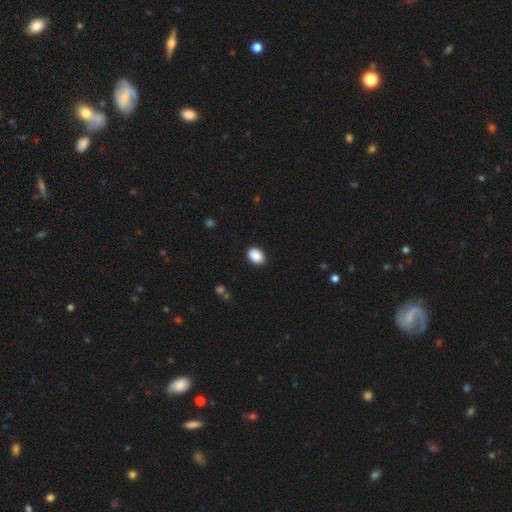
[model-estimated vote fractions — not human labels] A smooth galaxy with no disk features (90%) that is in between round and cigar-shaped (80%).

Vote fractions:
- Smooth or featured? smooth: 90% / star or artifact: 7% / featured or disk: 3%
- How rounded? in between: 80% / round: 19% / cigar-shaped: 1%
- Merging? none: 89% / minor disturbance: 8% / major disturbance: 2% / merger: 1%